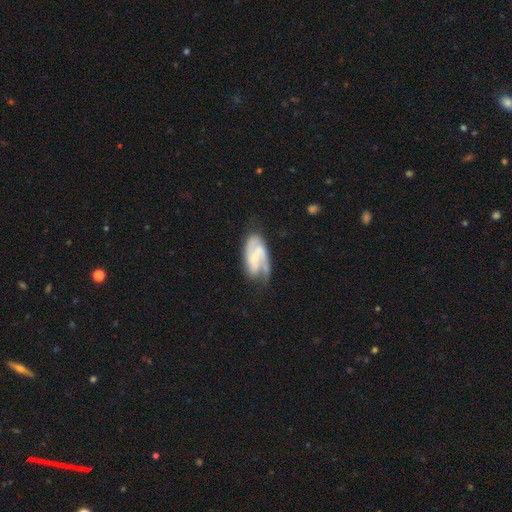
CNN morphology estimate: The model was most divided on "bar": weak: 42%, no: 37%, strong: 21%. Remaining: edge-on disk — no (96%); spiral arms — yes (92%); smooth or featured — featured or disk (76%); spiral arm count — 2 (56%); bulge size — small (52%); merging — none (51%); spiral winding — medium (45%).